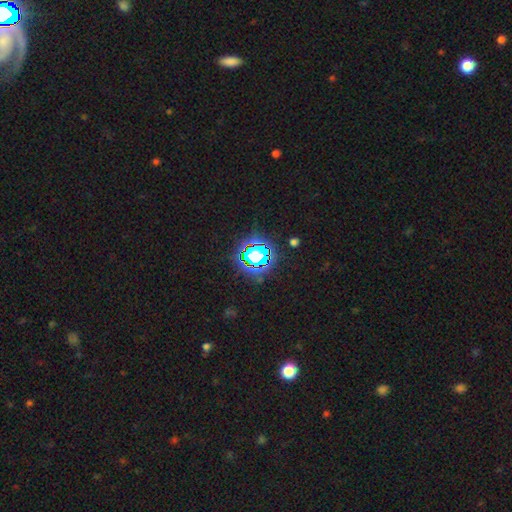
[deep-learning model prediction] A star or artifact, not a galaxy (69%).

Vote fractions:
- Smooth or featured? star or artifact: 69% / smooth: 19% / featured or disk: 12%